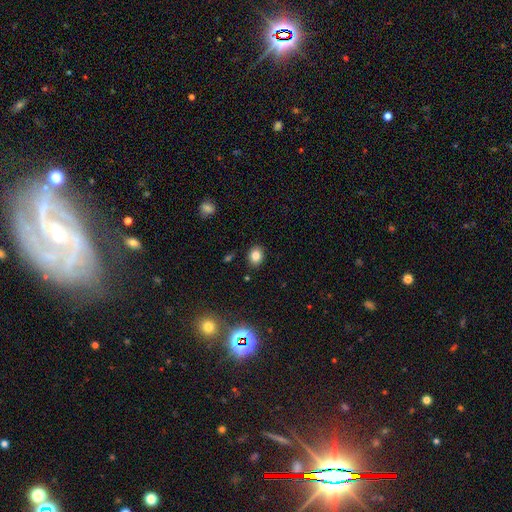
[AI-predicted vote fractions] smooth-or-featured: smooth: 83% | star or artifact: 11% | featured or disk: 7%
  how-rounded: in between: 50% | round: 49% | cigar-shaped: 1%
  merging: none: 87% | minor disturbance: 9% | major disturbance: 2% | merger: 2%